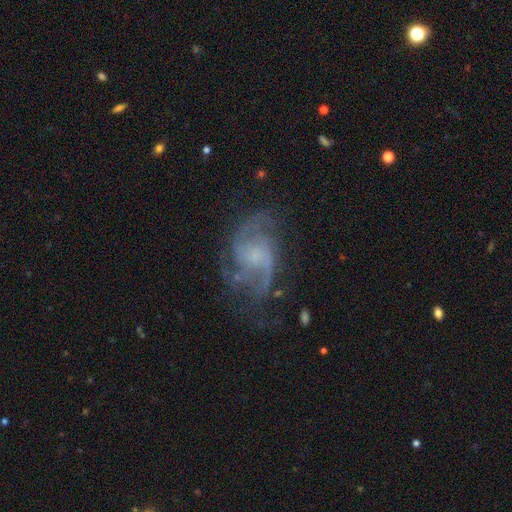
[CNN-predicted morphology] Q: Smooth or featured?
A: featured or disk (86%); runner-up: smooth (7%)
Q: Edge-on disk?
A: no (98%); runner-up: yes (2%)
Q: Bar?
A: no (60%); runner-up: weak (34%)
Q: Spiral arms?
A: yes (96%); runner-up: no (4%)
Q: Spiral winding?
A: medium (52%); runner-up: loose (29%)
Q: Spiral arm count?
A: 2 (60%); runner-up: 3 (16%)
Q: Bulge size?
A: small (52%); runner-up: none (22%)
Q: Merging?
A: none (62%); runner-up: minor disturbance (20%)